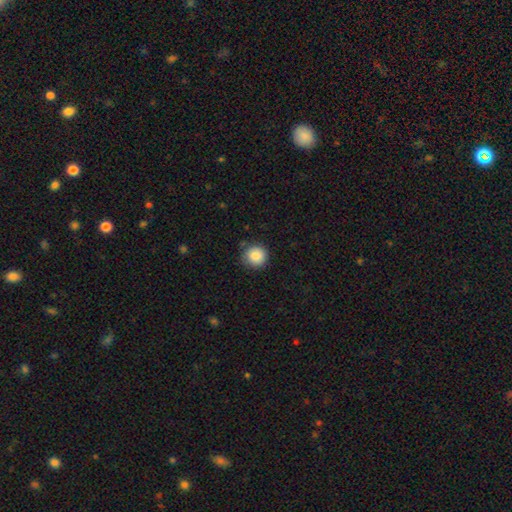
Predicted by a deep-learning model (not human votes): This appears to be a smooth galaxy with no disk features (87%) that is round (93%). Merging: none (84%).